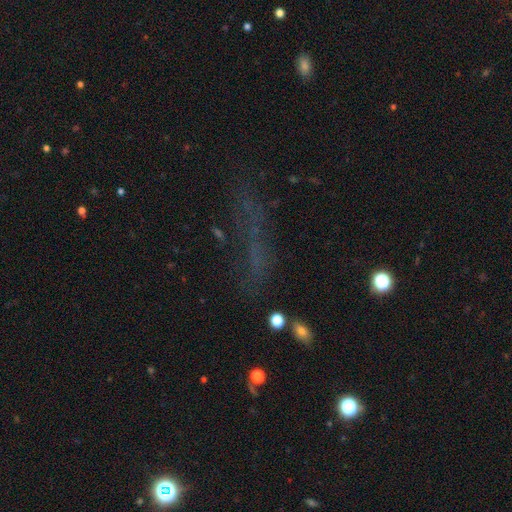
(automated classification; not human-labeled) Smooth or featured: star or artifact — 41% (smooth — 36%)